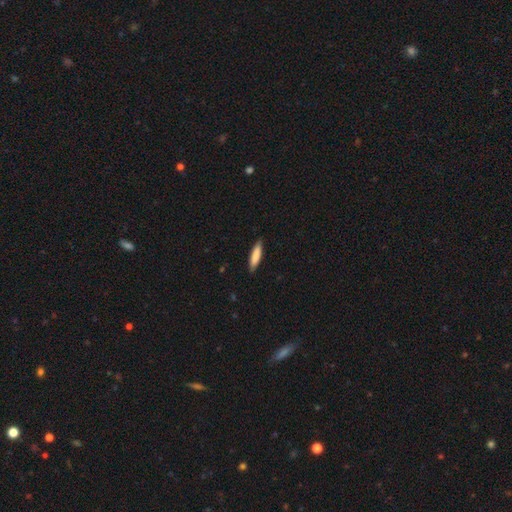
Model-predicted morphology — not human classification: smooth-or-featured: smooth: 82% | featured or disk: 12% | star or artifact: 5%
  how-rounded: cigar-shaped: 79% | in between: 20% | round: 1%
  merging: none: 88% | minor disturbance: 9% | major disturbance: 2% | merger: 1%